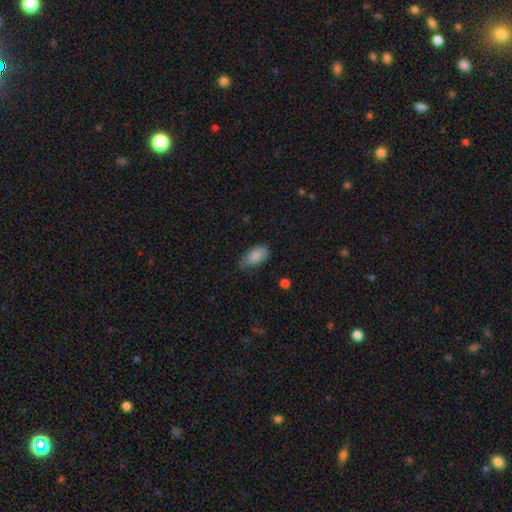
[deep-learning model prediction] The model was most divided on "merging": none: 52%, minor disturbance: 38%, major disturbance: 7%, merger: 2%. More confident: how rounded — in between (92%); smooth or featured — smooth (83%).